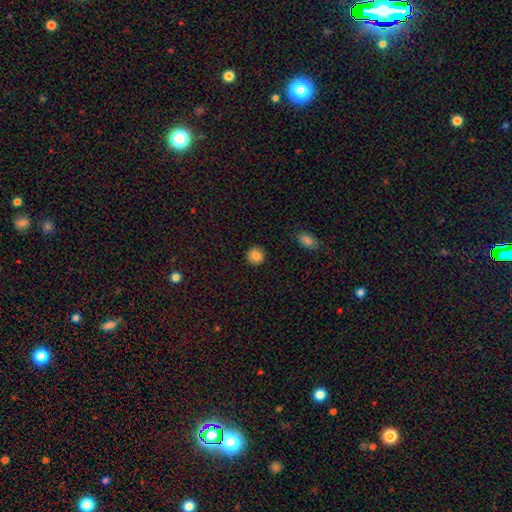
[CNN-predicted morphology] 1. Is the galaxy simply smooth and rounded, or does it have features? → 85% smooth, 9% star or artifact, 5% featured or disk.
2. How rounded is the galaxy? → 91% round, 8% in between, 1% cigar-shaped.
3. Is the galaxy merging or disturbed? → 91% none, 6% minor disturbance, 2% major disturbance, 1% merger.